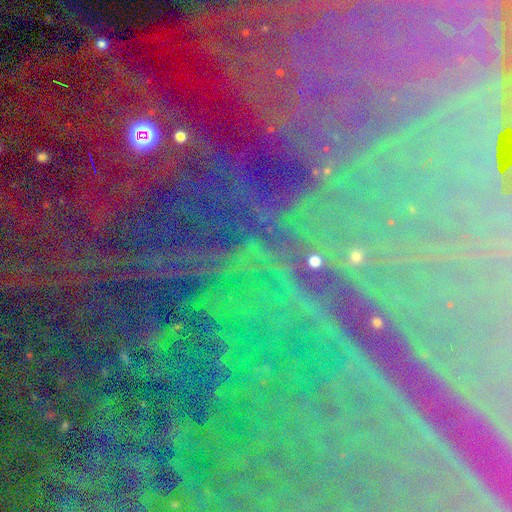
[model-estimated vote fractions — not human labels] star or artifact 87%, featured or disk 7%, smooth 6%.